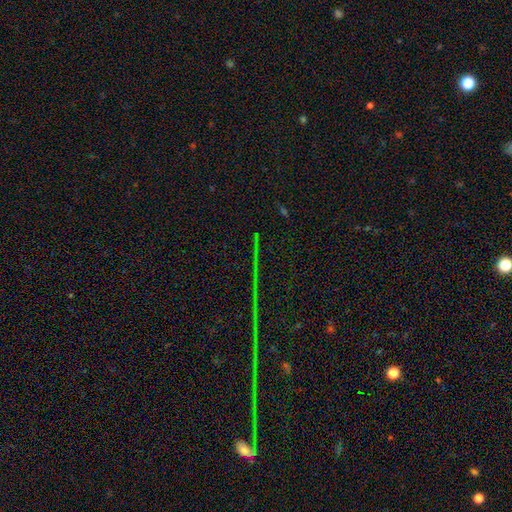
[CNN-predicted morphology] Smooth or featured?
  - star or artifact: 85% *
  - featured or disk: 8%
  - smooth: 7%